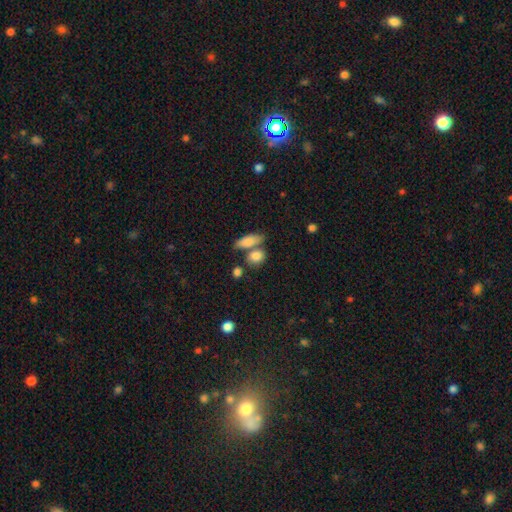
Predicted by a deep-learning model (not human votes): A smooth galaxy with no disk features (84%) that is in between round and cigar-shaped (55%).

Vote fractions:
- Smooth or featured? smooth: 84% / featured or disk: 8% / star or artifact: 8%
- How rounded? in between: 55% / round: 39% / cigar-shaped: 7%
- Merging? none: 55% / merger: 29% / minor disturbance: 12% / major disturbance: 4%